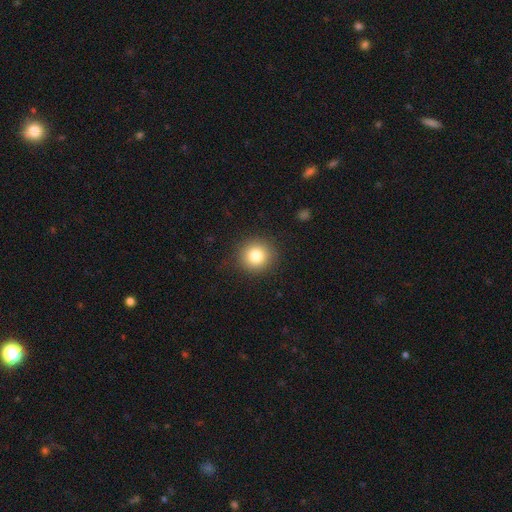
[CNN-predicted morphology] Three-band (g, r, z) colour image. It shows a smooth galaxy with no disk features (82%) that is round (92%). Merging: none (90%).